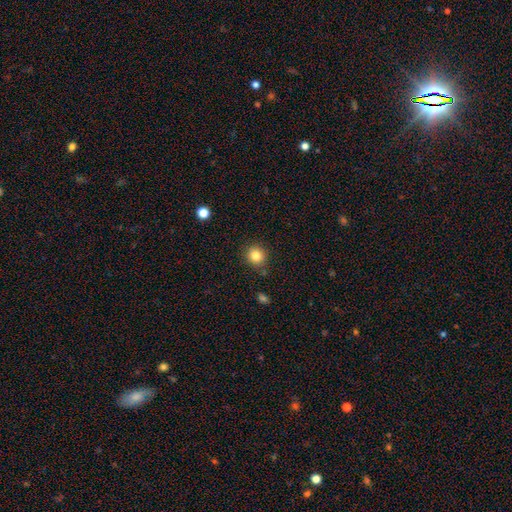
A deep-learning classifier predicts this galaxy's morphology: Smooth or featured: smooth — 84% (star or artifact — 11%)
How rounded: round — 90% (in between — 9%)
Merging: none — 85% (minor disturbance — 10%)